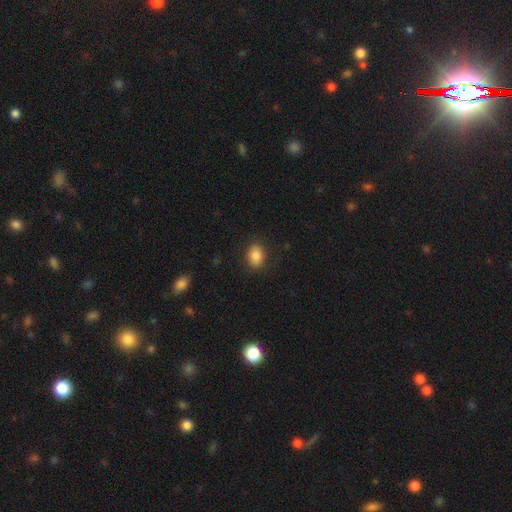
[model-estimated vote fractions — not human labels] The model was most divided on "how rounded": in between: 73%, round: 26%, cigar-shaped: 1%. More confident: merging — none (87%); smooth or featured — smooth (85%).